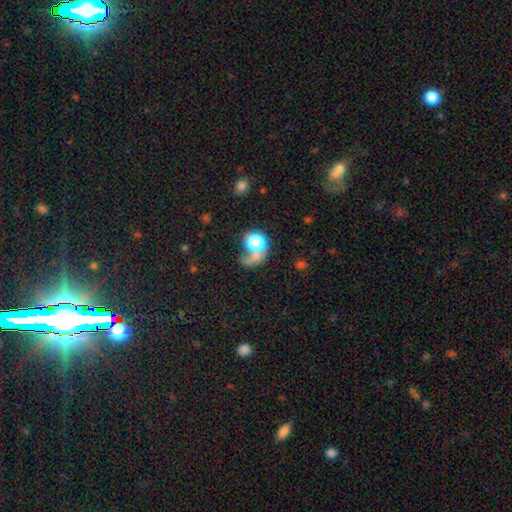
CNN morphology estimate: Smooth or featured: smooth — 53% (star or artifact — 25%)
How rounded: round — 65% (in between — 33%)
Merging: major disturbance — 32% (none — 29%)